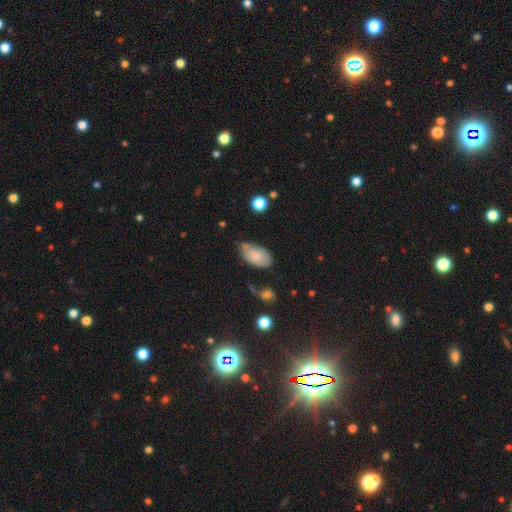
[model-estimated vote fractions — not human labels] Morphology: type=smooth (76%); roundness=in between (94%); merging=none (52%).